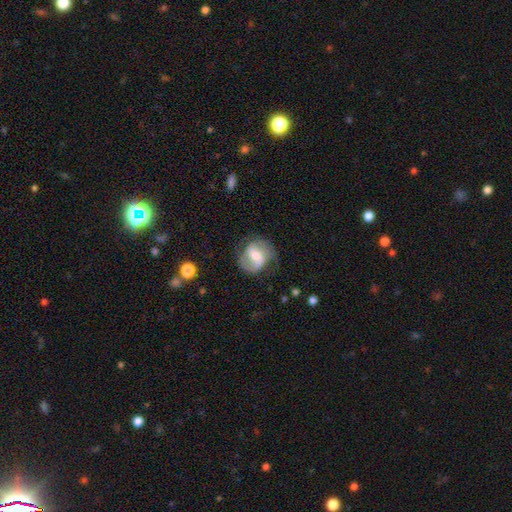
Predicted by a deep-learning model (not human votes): Morphology: type=featured or disk (73%); edge-on=no (97%); bar=weak (48%); spiral arms=yes (90%); winding=medium (47%); arm count=2 (84%); bulge=moderate (57%); merging=none (69%).